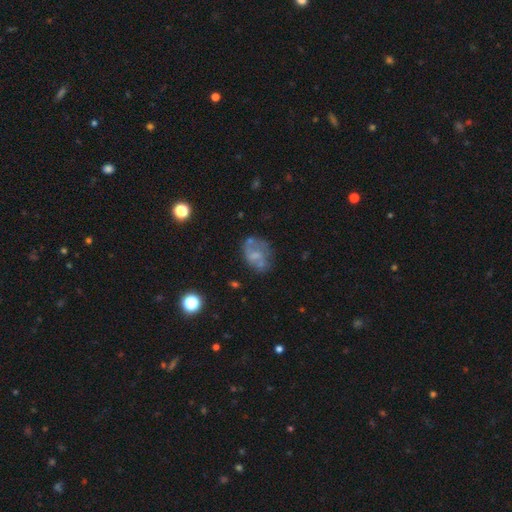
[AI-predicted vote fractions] A featured or disk galaxy (50%). Merging: none (46%).